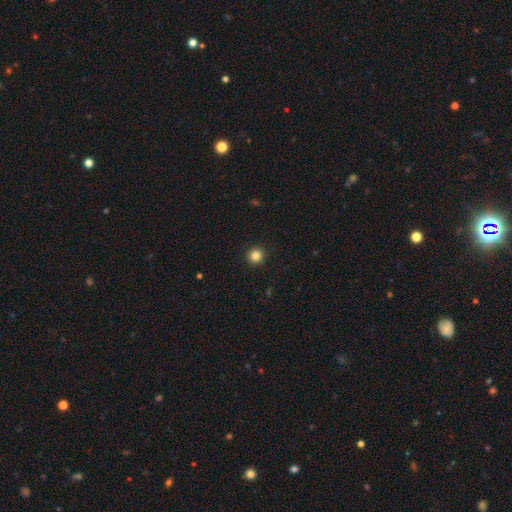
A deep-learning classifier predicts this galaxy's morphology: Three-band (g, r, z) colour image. It shows a smooth galaxy with no disk features (84%) that is round (95%). Merging: none (93%).